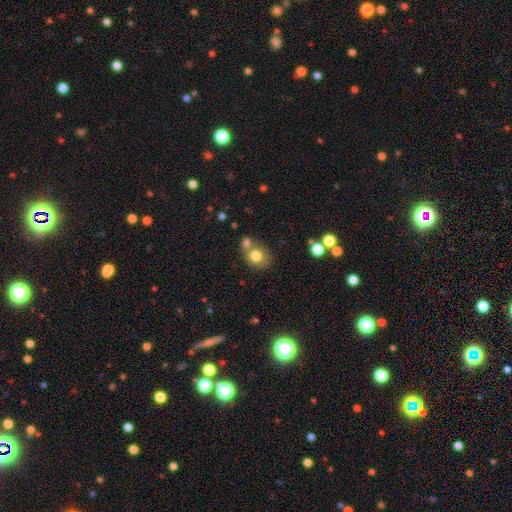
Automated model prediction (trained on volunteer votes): The model was most divided on "merging": none: 47%, merger: 35%, minor disturbance: 12%, major disturbance: 5%. More confident: smooth or featured — smooth (76%); how rounded — round (69%).